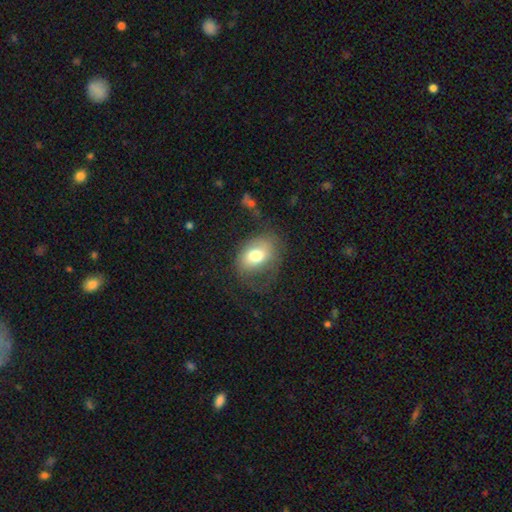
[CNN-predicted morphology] Smooth or featured? Predicted: smooth (p=0.68). How rounded? Predicted: in between (p=0.73). Merging? Predicted: none (p=0.46).